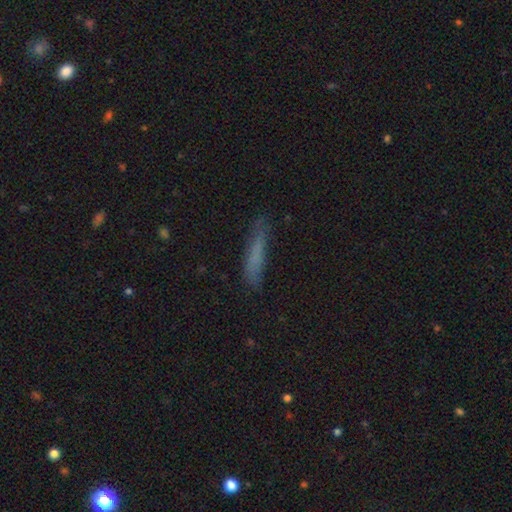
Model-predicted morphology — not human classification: Smooth or featured: smooth — 68% (featured or disk — 21%)
How rounded: cigar-shaped — 90% (in between — 8%)
Merging: none — 77% (minor disturbance — 17%)